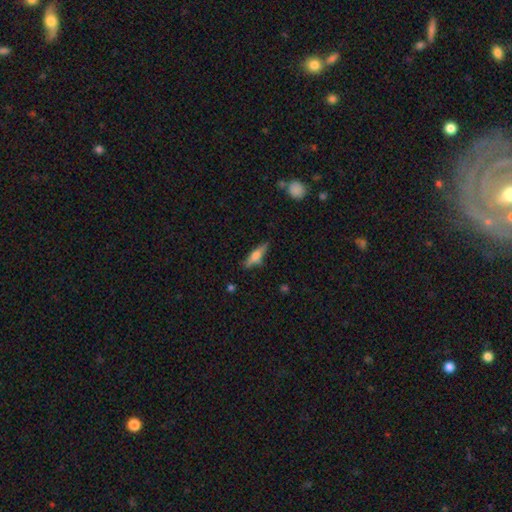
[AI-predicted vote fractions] Smooth or featured: smooth — 53% (featured or disk — 39%)
How rounded: cigar-shaped — 66% (in between — 32%)
Merging: none — 79% (minor disturbance — 15%)